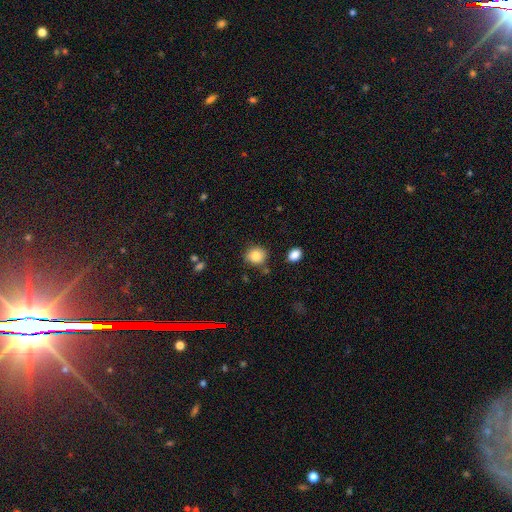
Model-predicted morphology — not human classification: Smooth or featured: smooth — 83% (star or artifact — 10%)
How rounded: round — 78% (in between — 21%)
Merging: none — 77% (minor disturbance — 15%)